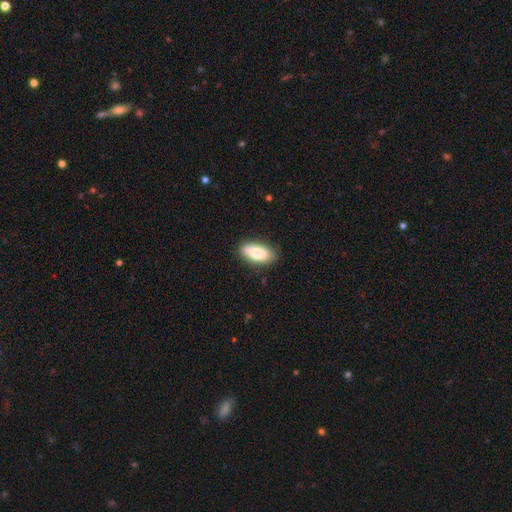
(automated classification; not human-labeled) smooth-or-featured: smooth: 82% | featured or disk: 12% | star or artifact: 7%
  how-rounded: in between: 86% | cigar-shaped: 11% | round: 3%
  merging: none: 81% | minor disturbance: 15% | major disturbance: 3% | merger: 1%